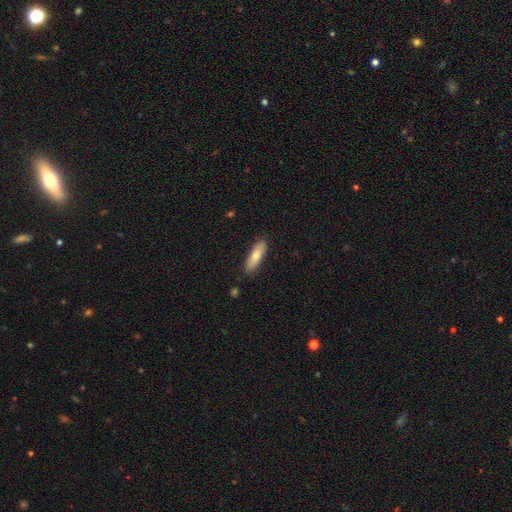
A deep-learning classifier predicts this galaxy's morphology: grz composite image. It shows a smooth galaxy with no disk features (71%) that is cigar-shaped (51%). Merging: none (87%).